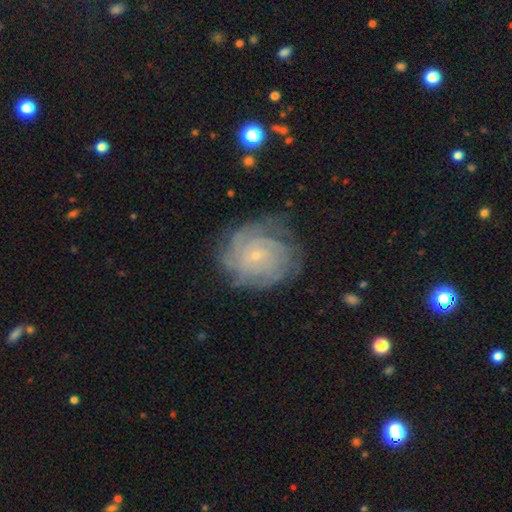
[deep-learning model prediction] Overall: featured or disk (80%). Edge-on disk: no (98%). Bar: no (78%). Spiral arms: yes (94%). Spiral arm count: can't tell (36%; 4 22%). Spiral winding: tight (76%). Bulge size: small (86%). Merging: none (72%).